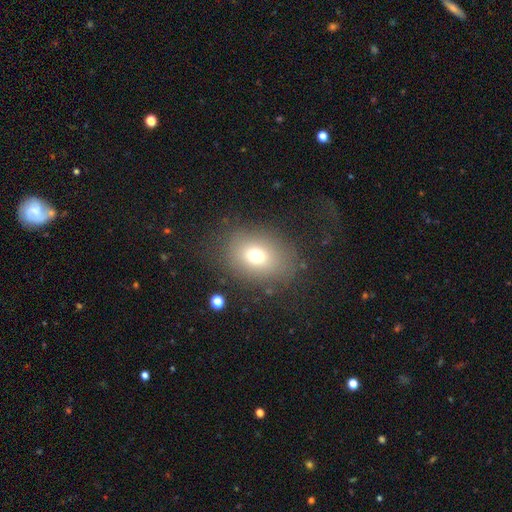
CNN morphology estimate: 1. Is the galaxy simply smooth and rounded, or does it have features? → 72% smooth, 15% star or artifact, 13% featured or disk.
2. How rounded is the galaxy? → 58% in between, 41% round, 1% cigar-shaped.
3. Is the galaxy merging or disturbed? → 80% none, 11% minor disturbance, 7% major disturbance, 2% merger.